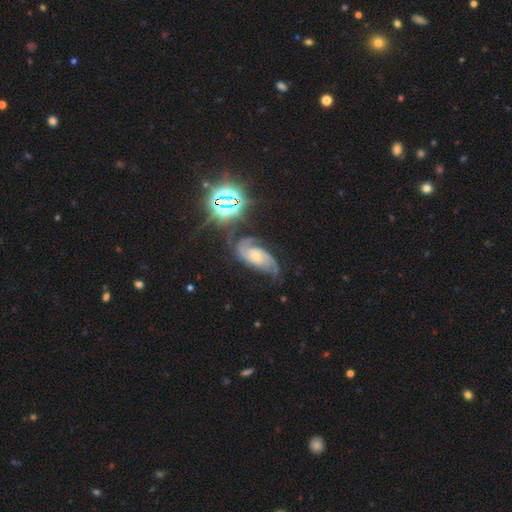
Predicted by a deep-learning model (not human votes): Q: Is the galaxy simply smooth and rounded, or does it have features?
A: featured or disk — 70%.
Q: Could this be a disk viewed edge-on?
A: no — 95%.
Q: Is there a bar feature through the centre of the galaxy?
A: no — 66%.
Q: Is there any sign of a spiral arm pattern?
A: yes — 95%.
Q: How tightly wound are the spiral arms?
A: tight — 48%.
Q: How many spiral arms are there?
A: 2 — 47%.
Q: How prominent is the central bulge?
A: small — 53%.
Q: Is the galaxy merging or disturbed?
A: none — 60%.